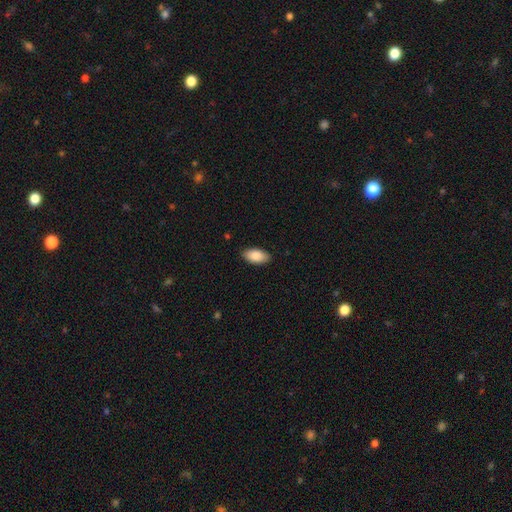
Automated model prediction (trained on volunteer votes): Morphology: type=smooth (87%); roundness=in between (94%); merging=none (87%).